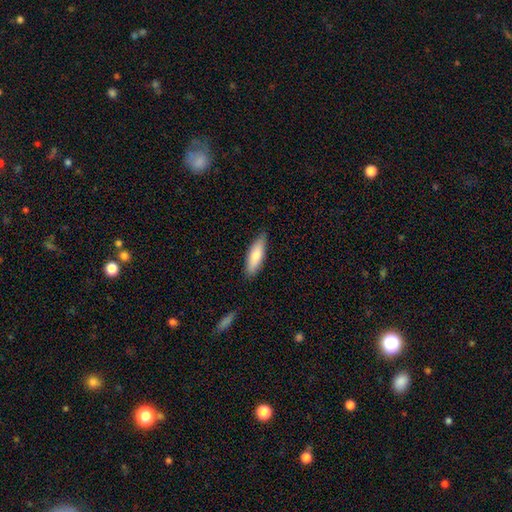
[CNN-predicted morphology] The model was most divided on "how rounded": in between: 50%, cigar-shaped: 49%, round: 2%. More confident: merging — none (85%); smooth or featured — smooth (77%).